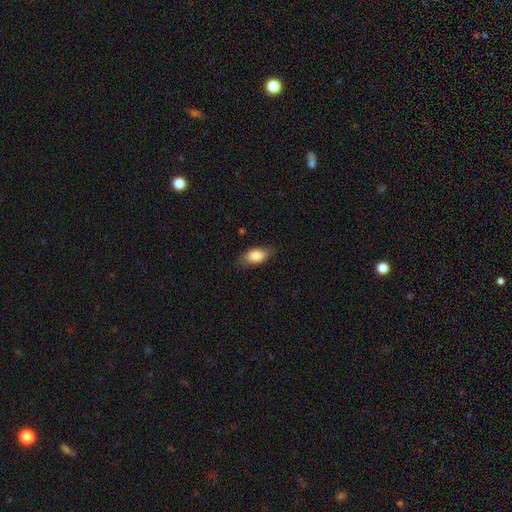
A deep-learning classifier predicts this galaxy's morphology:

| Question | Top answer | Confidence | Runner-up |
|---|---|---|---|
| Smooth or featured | smooth | 82% | featured or disk (11%) |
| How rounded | in between | 88% | cigar-shaped (7%) |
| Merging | none | 76% | minor disturbance (18%) |